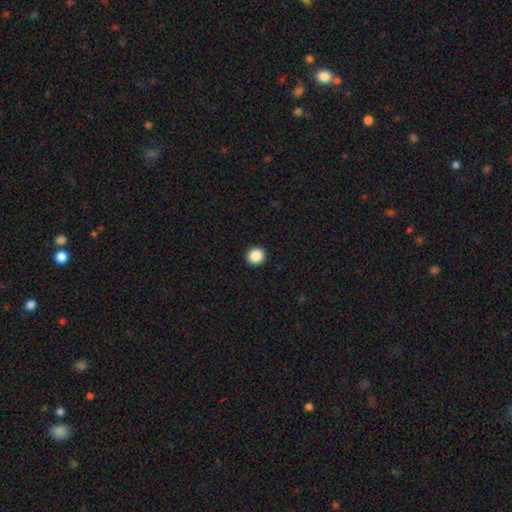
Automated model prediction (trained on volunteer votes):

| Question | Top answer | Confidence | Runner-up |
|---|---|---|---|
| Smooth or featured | smooth | 88% | star or artifact (9%) |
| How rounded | round | 92% | in between (7%) |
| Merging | none | 94% | minor disturbance (4%) |